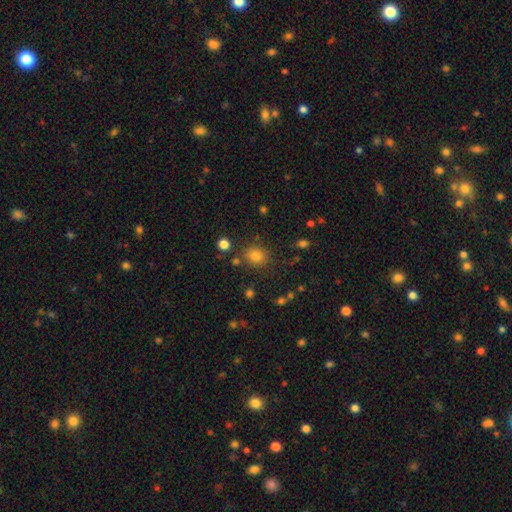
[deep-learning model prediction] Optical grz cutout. It shows a smooth galaxy with no disk features (79%) that is round (70%). Merging: none (82%).